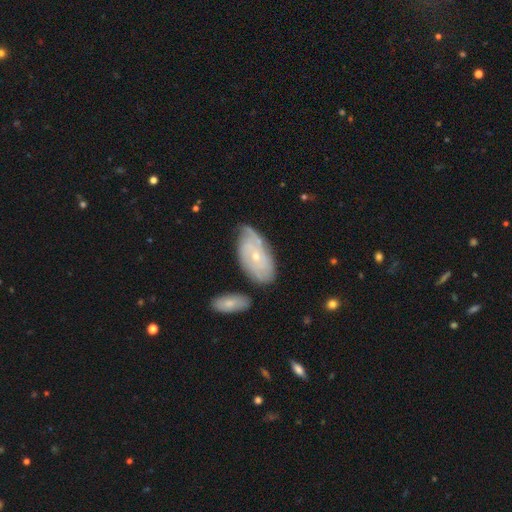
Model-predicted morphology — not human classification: This appears to be a featured or disk galaxy (67%) with no bar (81%), spiral arms (79%) and a small central bulge (70%). Merging: none (59%).